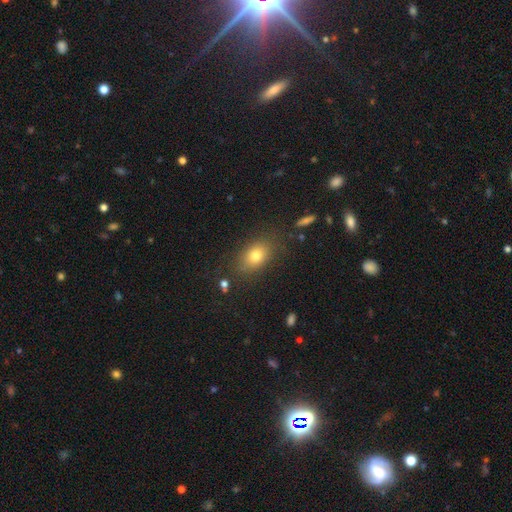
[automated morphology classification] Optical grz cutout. It shows a smooth galaxy with no disk features (77%) that is in between round and cigar-shaped (76%). Merging: none (80%).